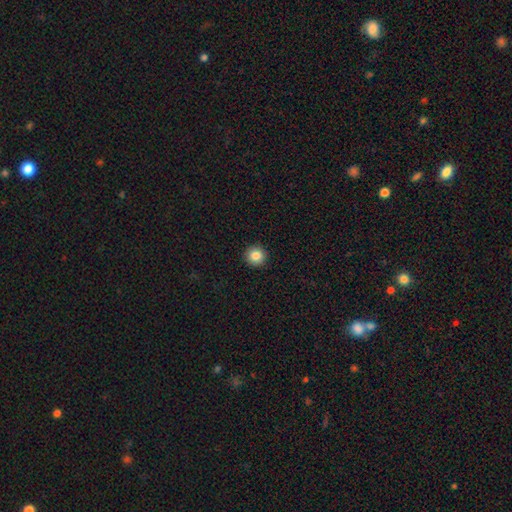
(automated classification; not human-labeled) A smooth galaxy with no disk features (85%) that is round (95%).

Vote fractions:
- Smooth or featured? smooth: 85% / star or artifact: 10% / featured or disk: 5%
- How rounded? round: 95% / in between: 4% / cigar-shaped: 1%
- Merging? none: 93% / minor disturbance: 4% / major disturbance: 2% / merger: 1%